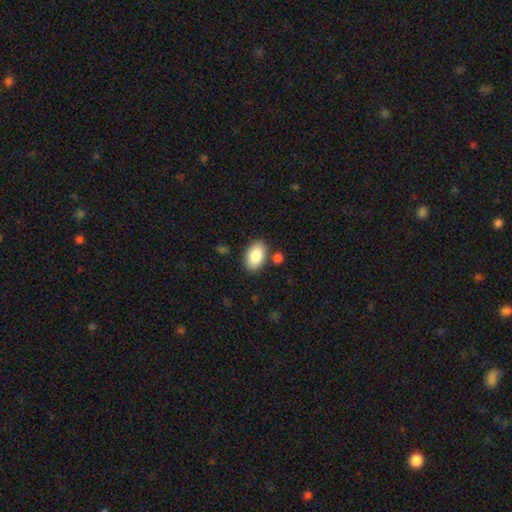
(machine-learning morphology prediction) Smooth or featured?
  - smooth: 85% *
  - featured or disk: 8%
  - star or artifact: 6%
How rounded?
  - in between: 93% *
  - round: 6%
  - cigar-shaped: 1%
Merging?
  - none: 82% *
  - minor disturbance: 10%
  - merger: 5%
  - major disturbance: 3%